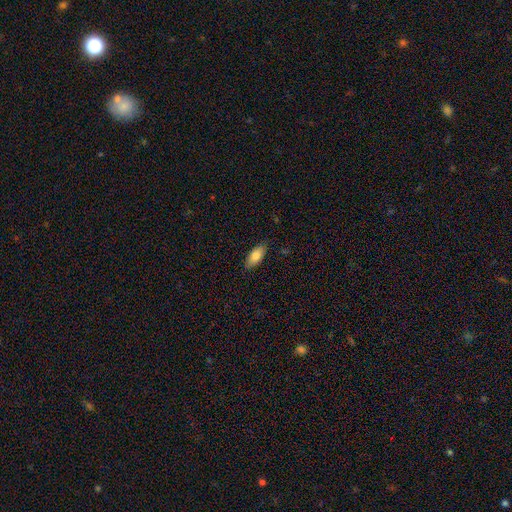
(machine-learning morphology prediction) Smooth or featured? Predicted: smooth (p=0.79). How rounded? Predicted: in between (p=0.83). Merging? Predicted: none (p=0.85).